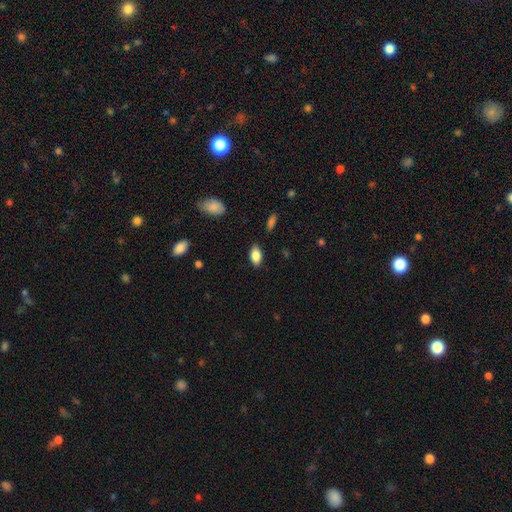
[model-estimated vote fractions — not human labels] Smooth or featured? smooth (86%)
How rounded? in between (92%)
Merging? none (85%)